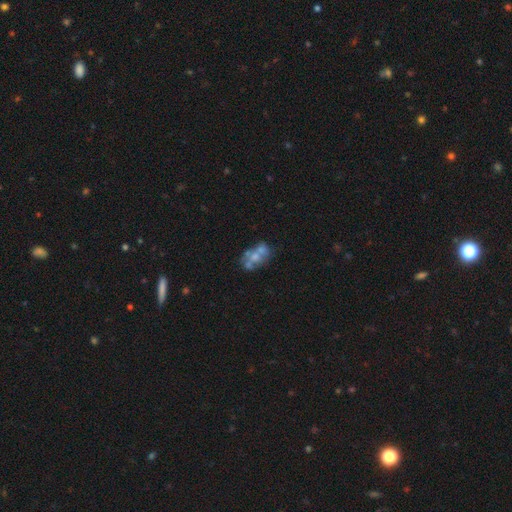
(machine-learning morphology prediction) This is possibly a featured or disk galaxy (54%). It is clearly not viewed edge-on (97%). Bar: clearly no (90%). Spiral arm pattern: clearly no (91%). Central bulge: marginally moderate (38%). Merging: marginally merger (36%).